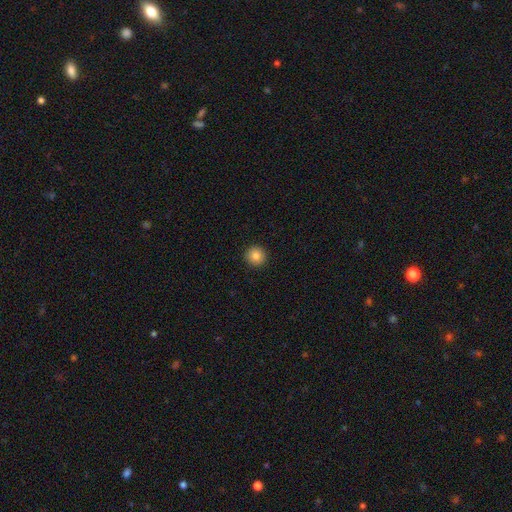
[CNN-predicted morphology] smooth-or-featured: smooth: 85% | star or artifact: 10% | featured or disk: 5%
  how-rounded: round: 95% | in between: 4% | cigar-shaped: 1%
  merging: none: 93% | minor disturbance: 4% | major disturbance: 1% | merger: 1%